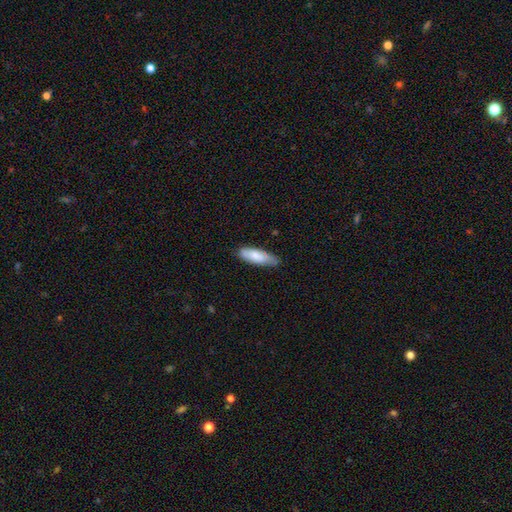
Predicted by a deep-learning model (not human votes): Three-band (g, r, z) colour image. It shows a smooth galaxy with no disk features (76%) that is in between round and cigar-shaped (54%). Merging: none (68%).